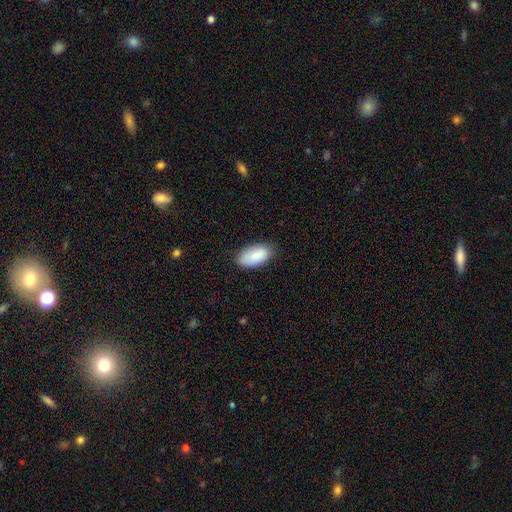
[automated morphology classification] The model was most divided on "merging": none: 77%, minor disturbance: 18%, major disturbance: 3%, merger: 1%. More confident: how rounded — in between (94%); smooth or featured — smooth (86%).